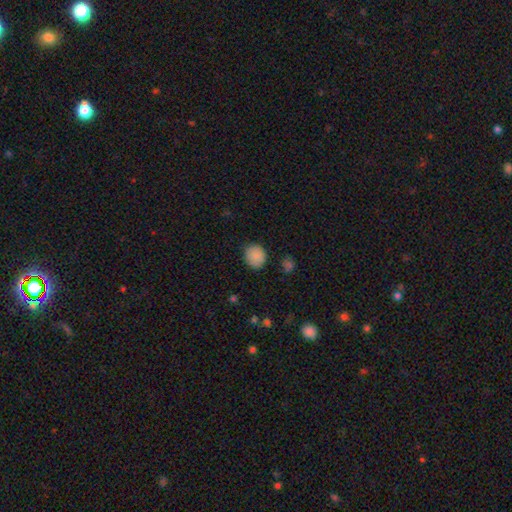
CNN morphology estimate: Smooth or featured? smooth (86%)
How rounded? round (80%)
Merging? none (83%)